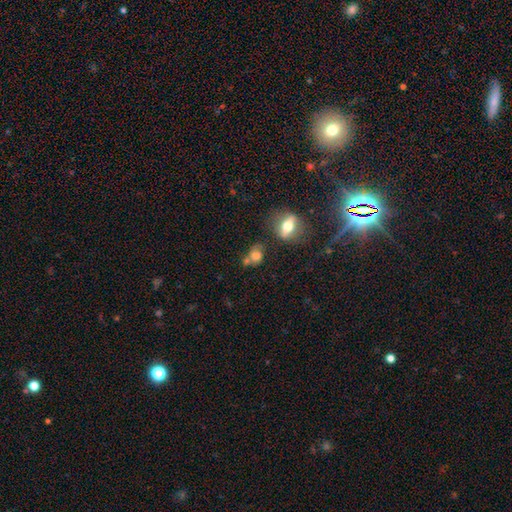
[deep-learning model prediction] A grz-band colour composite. It shows a smooth galaxy with no disk features (69%) that is round (52%). Merging: none (46%).